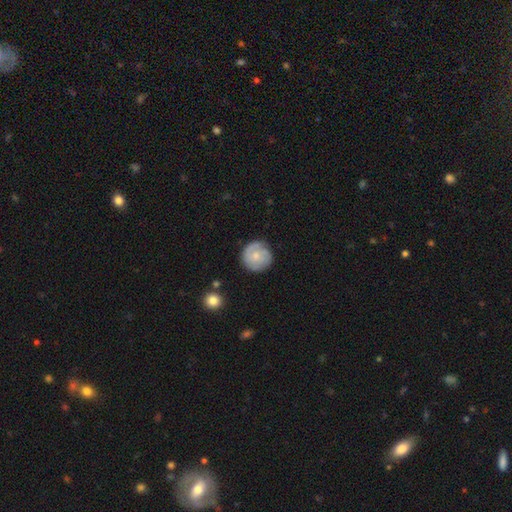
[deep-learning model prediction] A smooth galaxy with no disk features (48%).

Vote fractions:
- Smooth or featured? smooth: 48% / featured or disk: 46% / star or artifact: 6%
- Merging? none: 78% / minor disturbance: 16% / major disturbance: 4% / merger: 2%